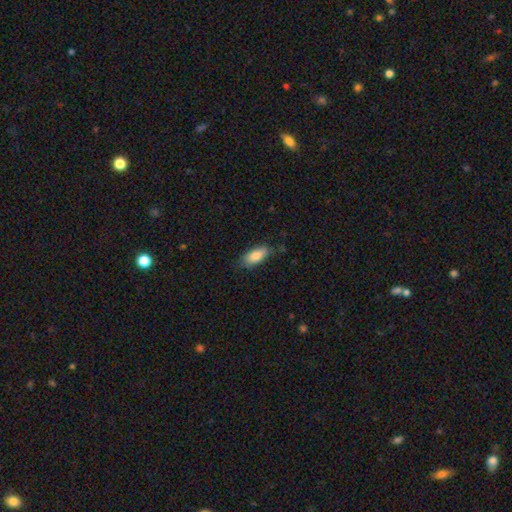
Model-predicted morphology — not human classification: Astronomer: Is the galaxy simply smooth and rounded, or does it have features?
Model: smooth — 84%.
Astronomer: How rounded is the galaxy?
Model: in between — 83%.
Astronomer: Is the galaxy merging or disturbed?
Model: none — 74%.